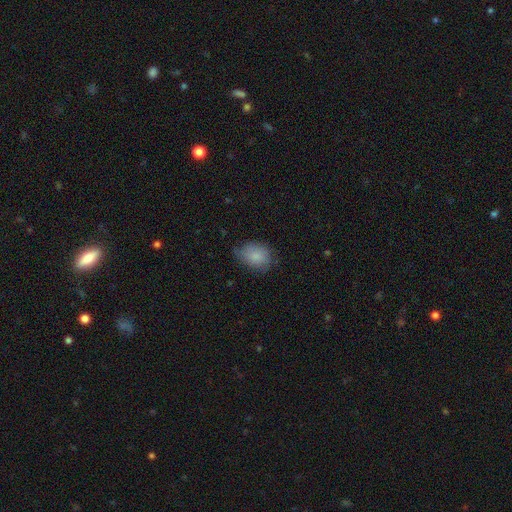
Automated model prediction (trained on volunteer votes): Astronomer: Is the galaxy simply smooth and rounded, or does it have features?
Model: smooth — 84%.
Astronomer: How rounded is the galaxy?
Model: in between — 60% (runner-up: round, 39%).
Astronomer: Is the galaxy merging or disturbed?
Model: none — 59%.